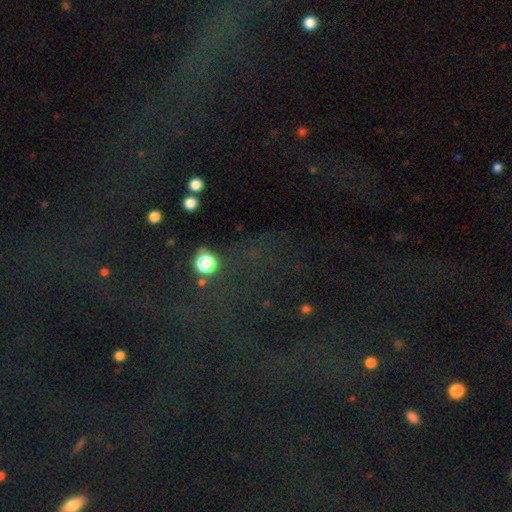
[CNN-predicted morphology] A star or artifact, not a galaxy (71%).